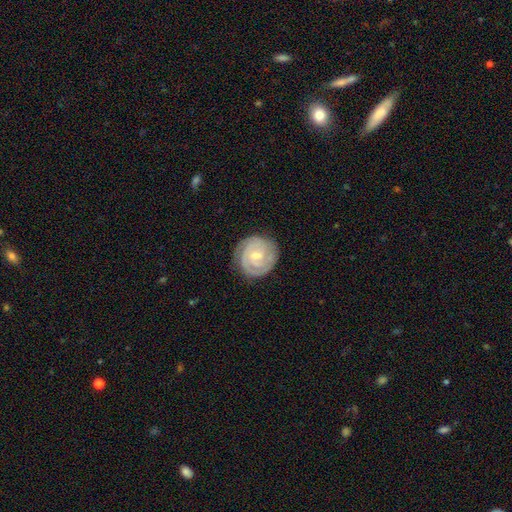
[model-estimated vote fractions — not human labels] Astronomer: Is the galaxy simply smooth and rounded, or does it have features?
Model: featured or disk — 84%.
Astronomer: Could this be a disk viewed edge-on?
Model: no — 98%.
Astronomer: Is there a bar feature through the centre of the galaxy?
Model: no — 45%, tied with weak at 45%.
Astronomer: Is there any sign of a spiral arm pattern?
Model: yes — 97%.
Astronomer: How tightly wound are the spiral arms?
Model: tight — 79%.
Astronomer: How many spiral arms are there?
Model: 2 — 44% (runner-up: 3, 26%).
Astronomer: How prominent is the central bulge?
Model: small — 58% (runner-up: moderate, 39%).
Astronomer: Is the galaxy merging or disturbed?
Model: none — 83%.